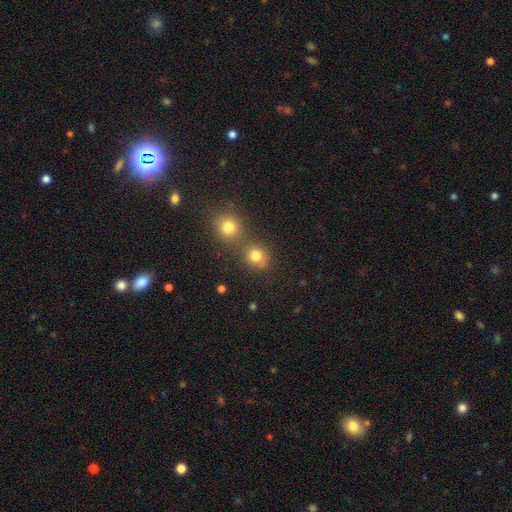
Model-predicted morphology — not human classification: Q: Smooth or featured?
A: smooth (78%); runner-up: star or artifact (15%)
Q: How rounded?
A: round (81%); runner-up: in between (18%)
Q: Merging?
A: none (57%); runner-up: merger (30%)